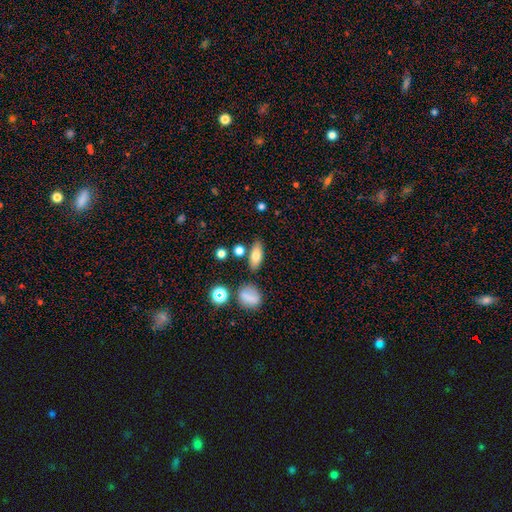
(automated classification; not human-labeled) smooth 75%, featured or disk 15%, star or artifact 10%. Down the decision tree: how rounded — in between (72%); merging — none (77%).